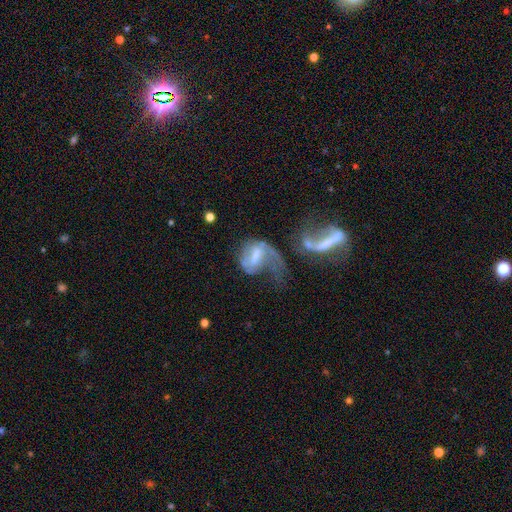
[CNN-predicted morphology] This is likely a featured or disk galaxy (64%). It is clearly not viewed edge-on (96%). Bar: marginally weak (44%). Spiral arm pattern: likely yes (65%). Central bulge: marginally moderate (33%). Merging: possibly major disturbance (49%).